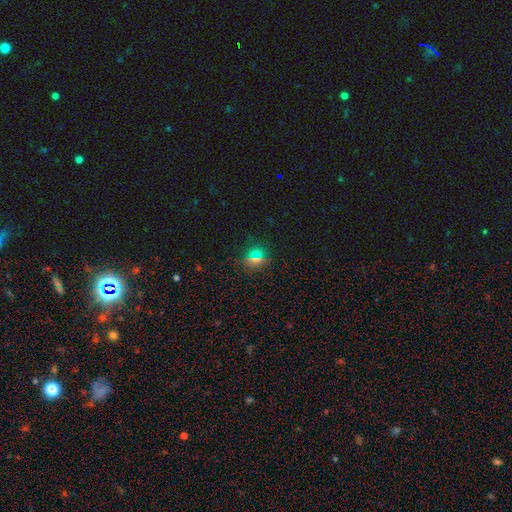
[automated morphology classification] Q: Smooth or featured?
A: smooth (58%); runner-up: star or artifact (33%)
Q: How rounded?
A: round (83%); runner-up: in between (13%)
Q: Merging?
A: none (86%); runner-up: minor disturbance (8%)